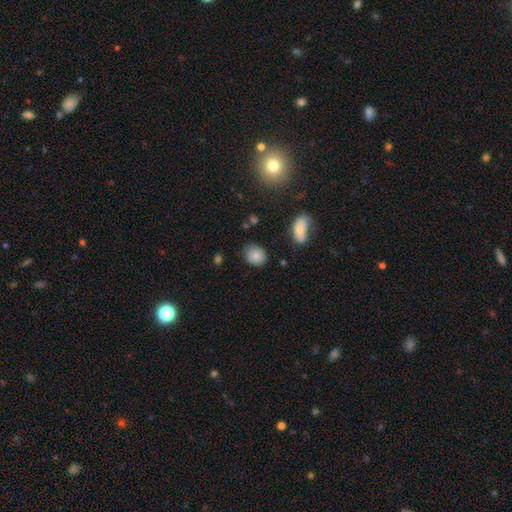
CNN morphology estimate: This appears to be a smooth galaxy with no disk features (82%) that is round (53%). Merging: none (74%).